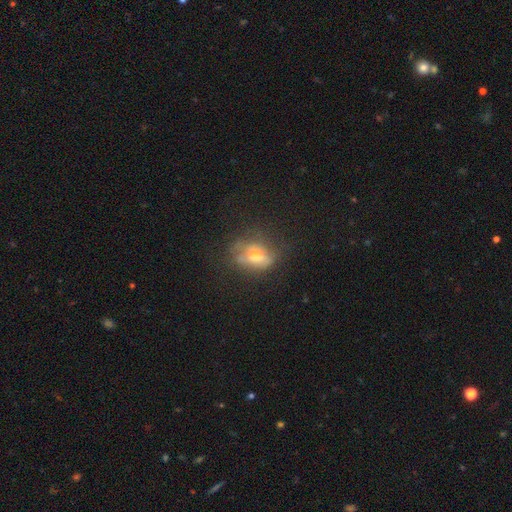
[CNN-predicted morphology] Overall: smooth (46%; featured or disk 40%). Merging: none (50%; minor disturbance 26%).